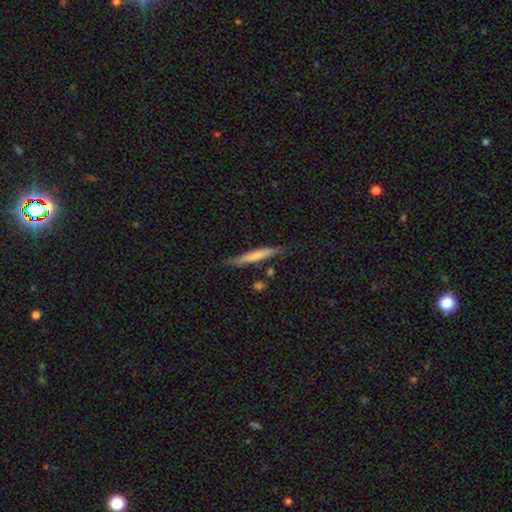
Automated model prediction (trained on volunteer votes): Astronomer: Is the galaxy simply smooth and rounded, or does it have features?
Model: smooth — 66%.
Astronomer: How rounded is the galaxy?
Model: cigar-shaped — 94%.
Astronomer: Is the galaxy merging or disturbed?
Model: none — 79%.